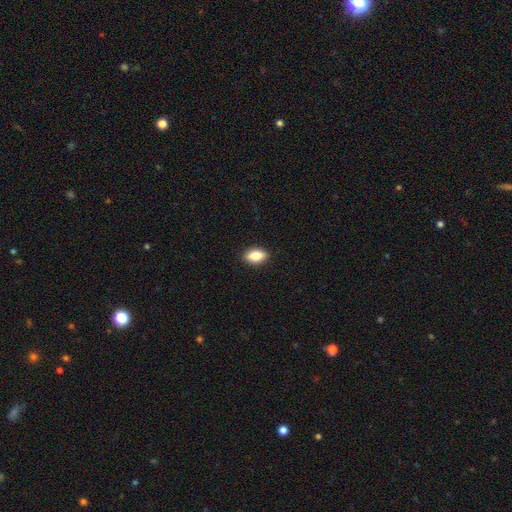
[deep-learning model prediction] smooth 81%, featured or disk 12%, star or artifact 8%. Down the decision tree: how rounded — in between (86%); merging — none (88%).